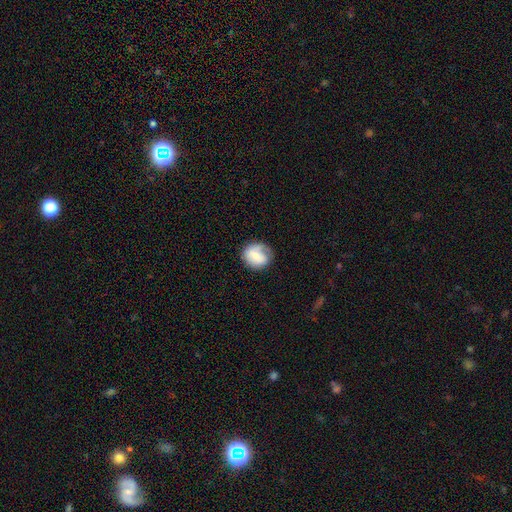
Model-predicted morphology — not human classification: This is possibly a smooth galaxy (59%). How rounded: likely round (75%). Merging: likely none (63%).